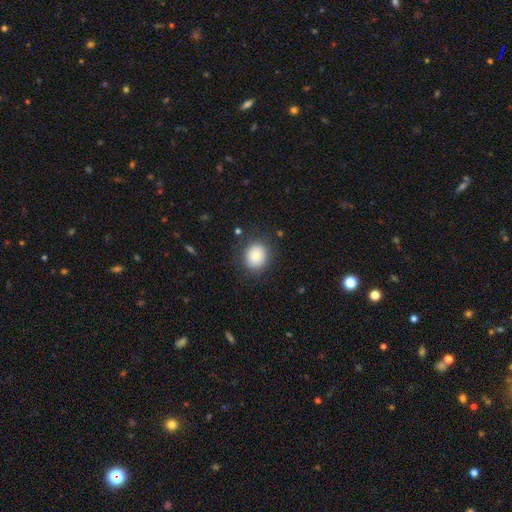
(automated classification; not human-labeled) This is clearly a smooth galaxy (81%). How rounded: likely round (78%). Merging: clearly none (85%).